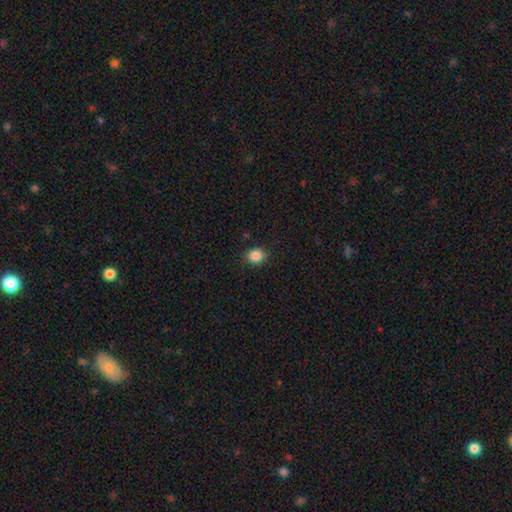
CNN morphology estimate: Q: Smooth or featured?
A: smooth (85%); runner-up: star or artifact (10%)
Q: How rounded?
A: round (65%); runner-up: in between (34%)
Q: Merging?
A: none (87%); runner-up: minor disturbance (9%)